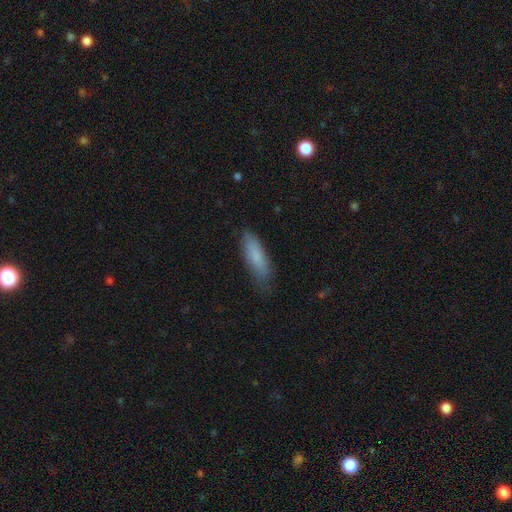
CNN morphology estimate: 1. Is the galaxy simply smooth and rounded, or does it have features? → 83% smooth, 11% featured or disk, 6% star or artifact.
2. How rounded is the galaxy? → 53% cigar-shaped, 46% in between, 1% round.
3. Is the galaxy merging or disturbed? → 75% none, 20% minor disturbance, 4% major disturbance, 1% merger.